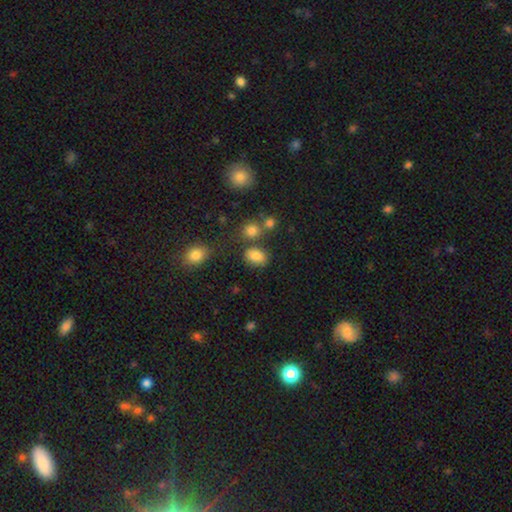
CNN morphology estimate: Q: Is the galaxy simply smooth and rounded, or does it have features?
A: smooth — 80%.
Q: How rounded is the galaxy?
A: in between — 71%.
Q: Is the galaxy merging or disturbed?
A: none — 69%.